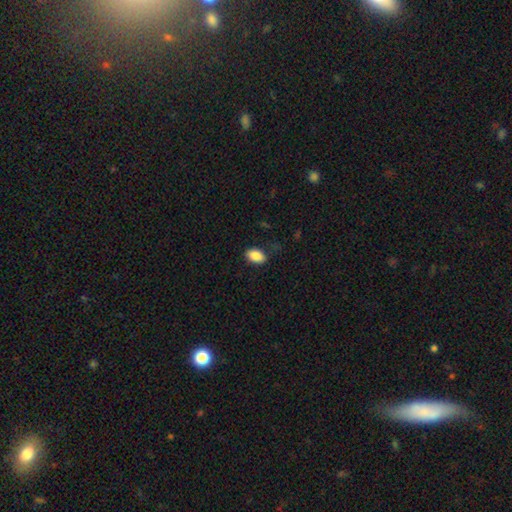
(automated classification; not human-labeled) Smooth or featured?
  - smooth: 87% *
  - star or artifact: 8%
  - featured or disk: 5%
How rounded?
  - in between: 90% *
  - round: 8%
  - cigar-shaped: 2%
Merging?
  - none: 79% *
  - minor disturbance: 16%
  - major disturbance: 4%
  - merger: 1%